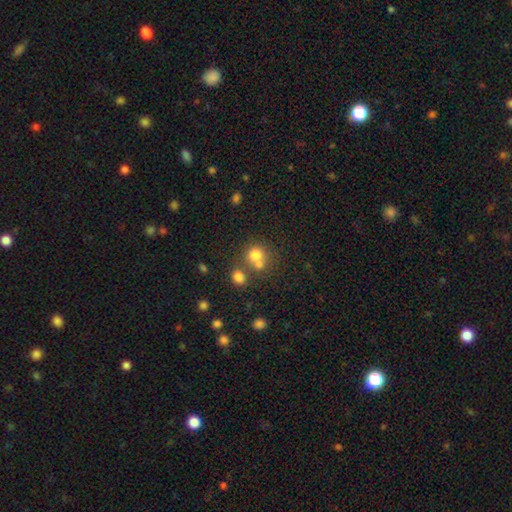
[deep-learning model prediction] smooth 74%, star or artifact 15%, featured or disk 12%. Down the decision tree: how rounded — round (84%); merging — none (48%).